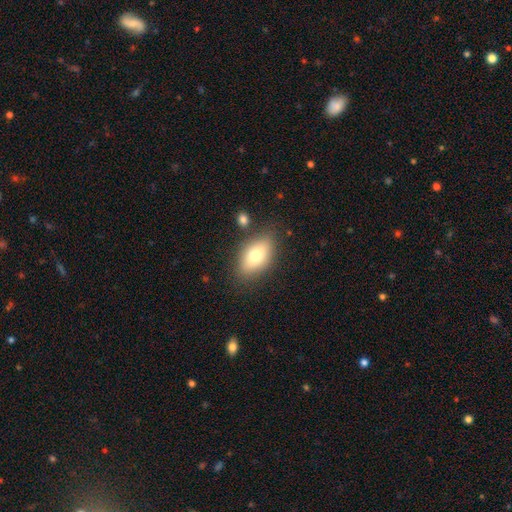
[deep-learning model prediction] smooth-or-featured: smooth: 76% | featured or disk: 16% | star or artifact: 8%
  how-rounded: in between: 89% | round: 8% | cigar-shaped: 3%
  merging: none: 79% | minor disturbance: 13% | merger: 4% | major disturbance: 4%